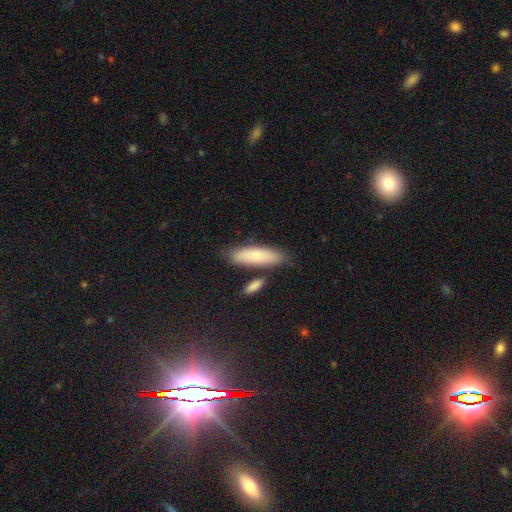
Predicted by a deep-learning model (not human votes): Smooth or featured? Predicted: smooth (p=0.80). How rounded? Predicted: cigar-shaped (p=0.54). Merging? Predicted: none (p=0.75).